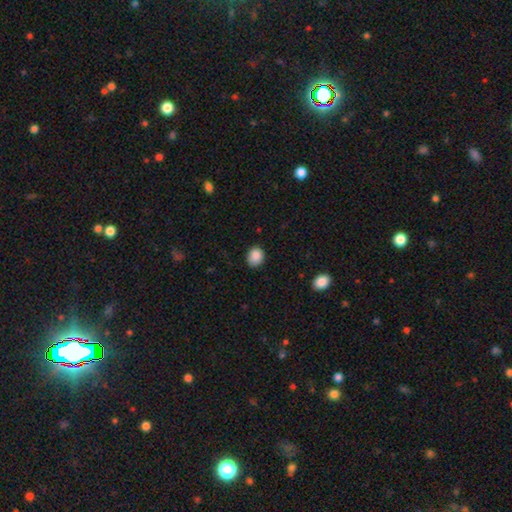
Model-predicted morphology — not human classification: Smooth or featured? smooth (88%)
How rounded? round (59%)
Merging? none (81%)